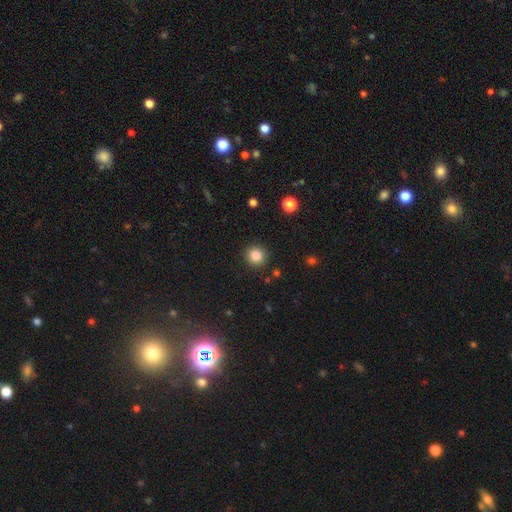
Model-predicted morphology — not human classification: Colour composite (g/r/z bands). It shows a smooth galaxy with no disk features (84%) that is round (94%). Merging: none (91%).